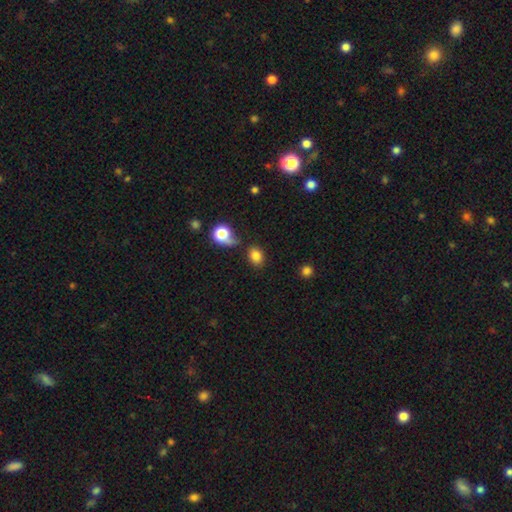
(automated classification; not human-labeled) Q: Smooth or featured?
A: smooth (82%); runner-up: star or artifact (11%)
Q: How rounded?
A: in between (67%); runner-up: round (32%)
Q: Merging?
A: none (70%); runner-up: minor disturbance (15%)